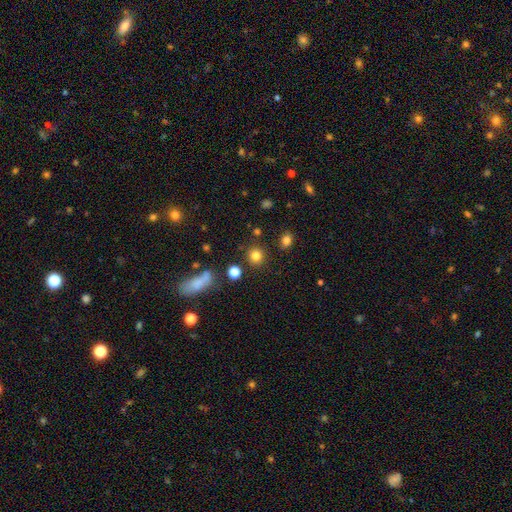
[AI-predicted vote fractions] Smooth or featured?
  - smooth: 80% *
  - star or artifact: 14%
  - featured or disk: 6%
How rounded?
  - round: 88% *
  - in between: 11%
  - cigar-shaped: 1%
Merging?
  - none: 85% *
  - minor disturbance: 7%
  - merger: 5%
  - major disturbance: 3%